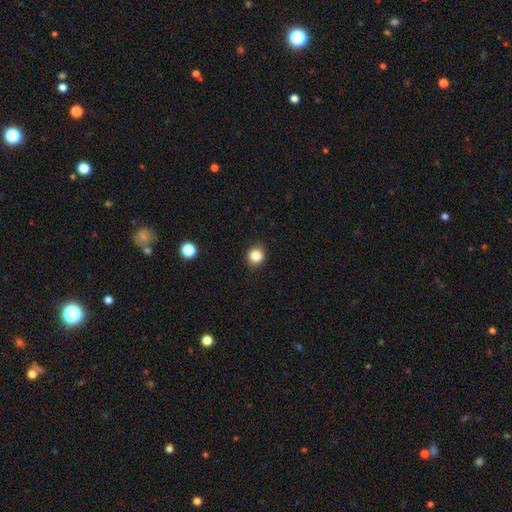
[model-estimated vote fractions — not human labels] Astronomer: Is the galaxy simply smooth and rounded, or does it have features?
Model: smooth — 84%.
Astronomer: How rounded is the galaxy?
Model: round — 83%.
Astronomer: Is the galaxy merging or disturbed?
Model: none — 88%.